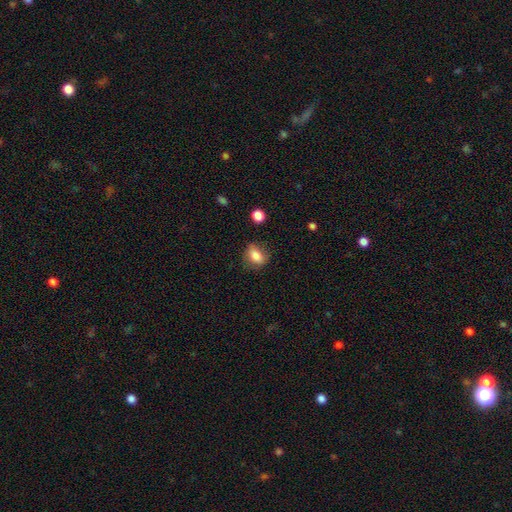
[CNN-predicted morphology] The model was most divided on "how rounded": in between: 69%, round: 28%, cigar-shaped: 3%. More confident: smooth or featured — smooth (80%); merging — none (69%).